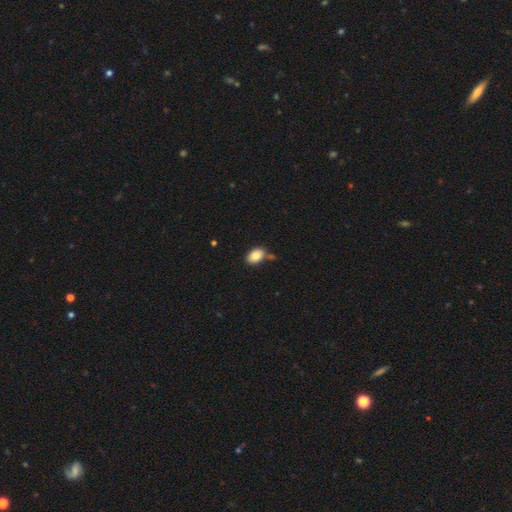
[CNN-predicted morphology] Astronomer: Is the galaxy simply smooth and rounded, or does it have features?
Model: smooth — 84%.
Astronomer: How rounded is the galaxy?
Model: in between — 85%.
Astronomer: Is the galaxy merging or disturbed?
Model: none — 72%.